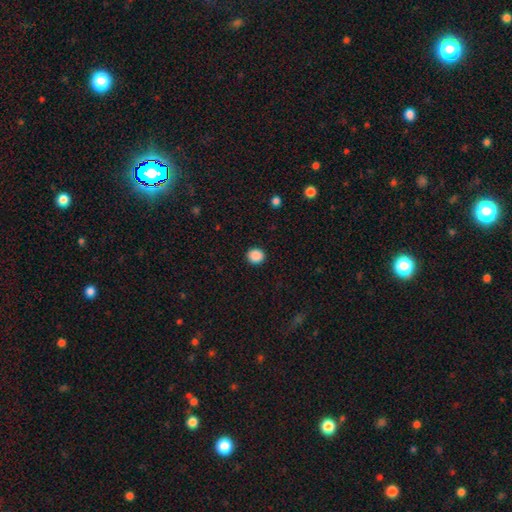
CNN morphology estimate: Smooth or featured? smooth (89%)
How rounded? round (88%)
Merging? none (92%)